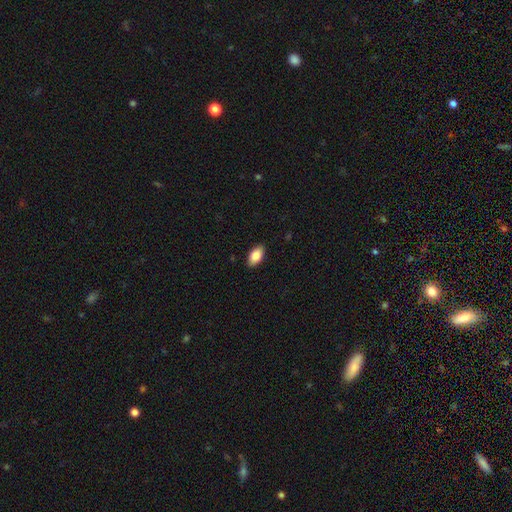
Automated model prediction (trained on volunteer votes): The model was most divided on "smooth or featured": smooth: 85%, featured or disk: 9%, star or artifact: 7%. More confident: how rounded — in between (93%); merging — none (89%).